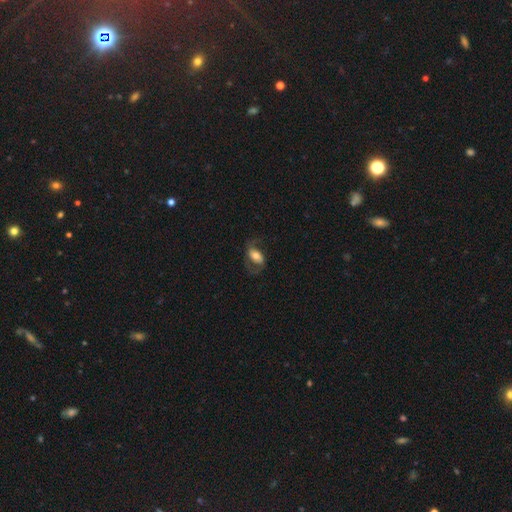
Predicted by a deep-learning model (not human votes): Morphology: type=featured or disk (52%); edge-on=no (93%); merging=none (60%).